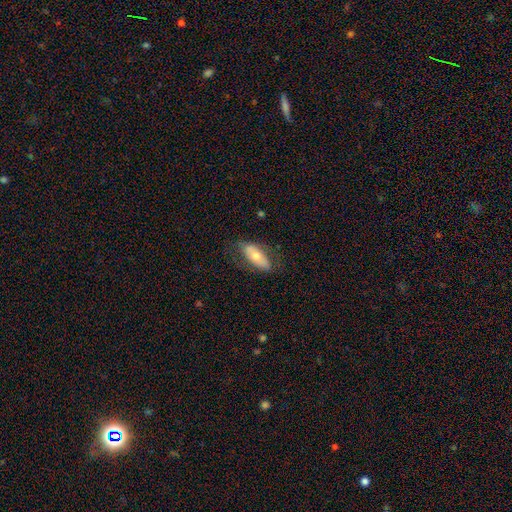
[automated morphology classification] A smooth galaxy with no disk features (54%) that is in between round and cigar-shaped (79%).

Vote fractions:
- Smooth or featured? smooth: 54% / featured or disk: 40% / star or artifact: 6%
- How rounded? in between: 79% / cigar-shaped: 17% / round: 3%
- Merging? none: 72% / minor disturbance: 19% / major disturbance: 8% / merger: 1%